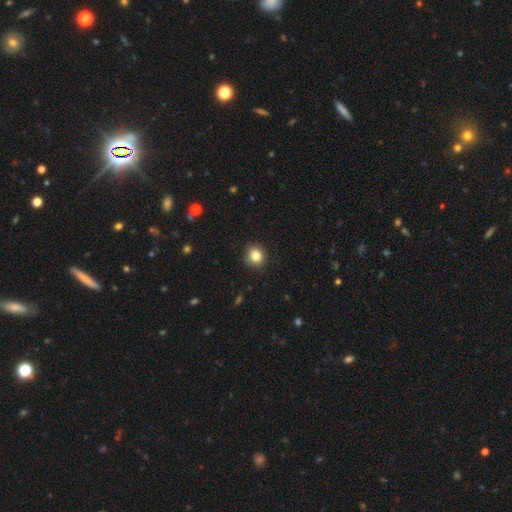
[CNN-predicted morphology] Overall: smooth (84%). How rounded: round (86%). Merging: none (89%).